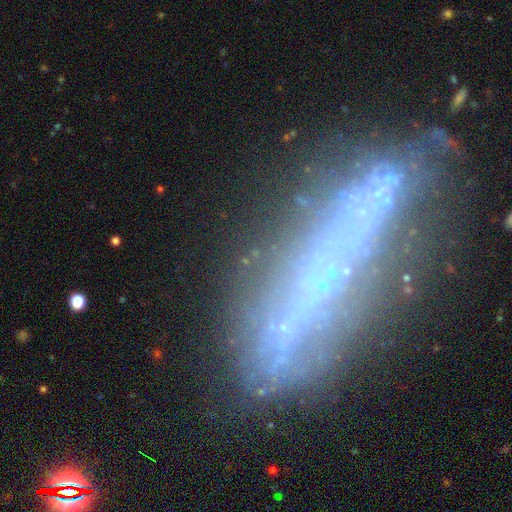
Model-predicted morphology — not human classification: smooth-or-featured: featured or disk: 53% | star or artifact: 24% | smooth: 23%
  disk-edge-on: no: 54% | yes: 46%
  merging: none: 60% | minor disturbance: 18% | major disturbance: 14% | merger: 8%